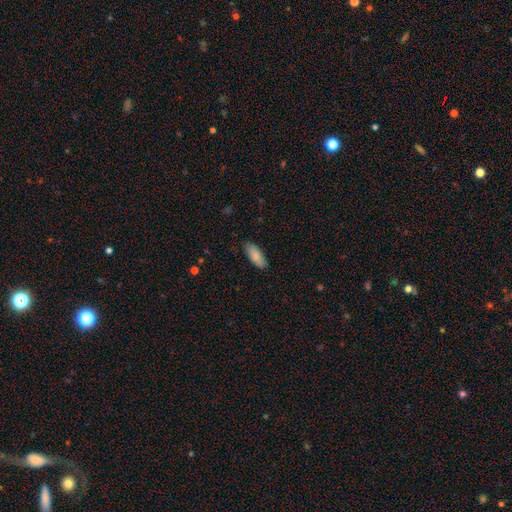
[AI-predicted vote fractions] A smooth galaxy with no disk features (87%) that is in between round and cigar-shaped (79%).

Vote fractions:
- Smooth or featured? smooth: 87% / featured or disk: 8% / star or artifact: 6%
- How rounded? in between: 79% / cigar-shaped: 20% / round: 2%
- Merging? none: 85% / minor disturbance: 12% / major disturbance: 2% / merger: 1%